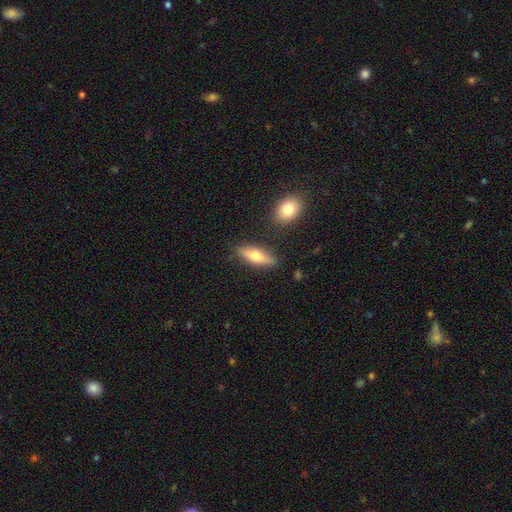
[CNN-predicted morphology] Smooth or featured? smooth (55%)
How rounded? in between (51%)
Merging? none (83%)